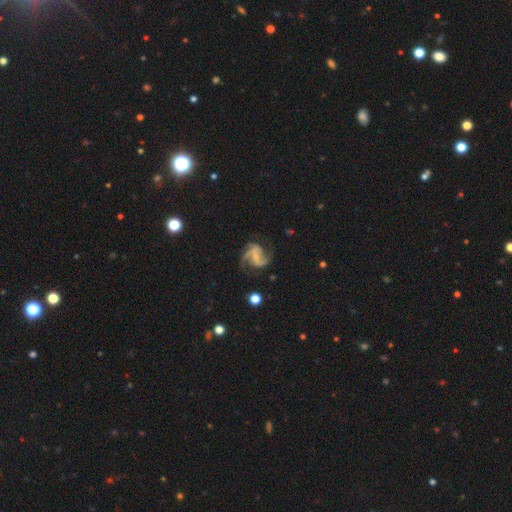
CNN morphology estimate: featured or disk 89%, star or artifact 6%, smooth 5%. Down the decision tree: edge-on disk — no (98%); bar — no (46%); spiral arms — yes (98%); spiral arm count — 2 (47%); spiral winding — medium (55%); bulge size — small (66%); merging — none (69%).